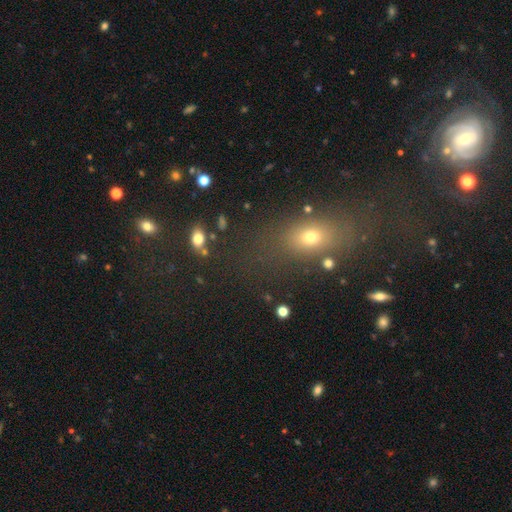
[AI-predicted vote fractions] This appears to be a smooth galaxy with no disk features (50%) that is in between round and cigar-shaped (58%). Merging: none (70%).